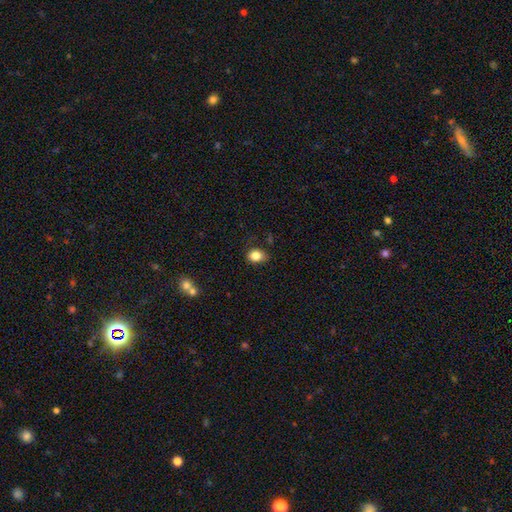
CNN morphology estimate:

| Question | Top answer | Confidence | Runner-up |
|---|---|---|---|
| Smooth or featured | smooth | 83% | star or artifact (10%) |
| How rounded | in between | 56% | round (43%) |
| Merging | none | 74% | minor disturbance (20%) |